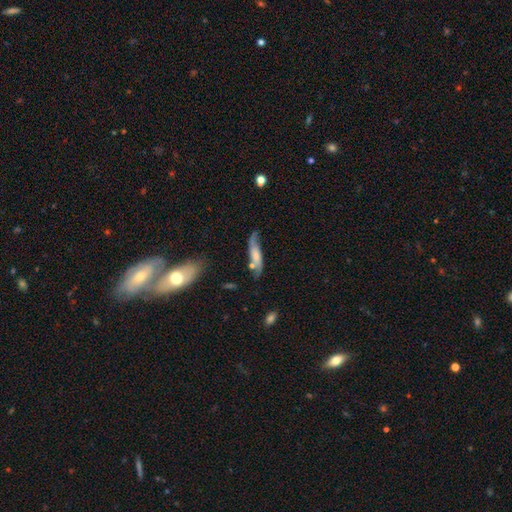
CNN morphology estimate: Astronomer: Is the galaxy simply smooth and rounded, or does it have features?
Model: featured or disk — 49% (runner-up: smooth, 44%).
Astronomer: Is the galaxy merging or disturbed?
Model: none — 55%.